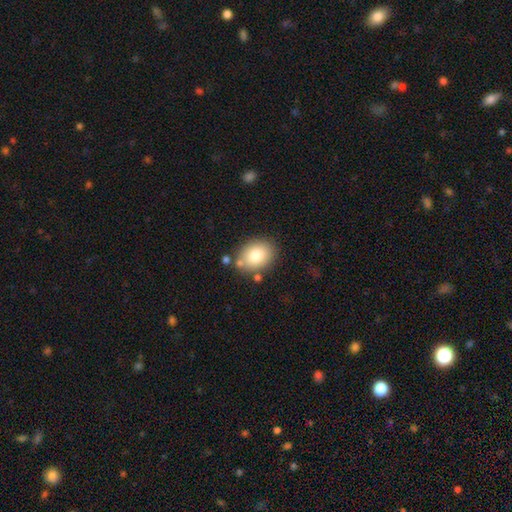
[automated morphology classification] Smooth or featured?
  - smooth: 80% *
  - featured or disk: 11%
  - star or artifact: 8%
How rounded?
  - in between: 66% *
  - round: 34%
  - cigar-shaped: 1%
Merging?
  - none: 78% *
  - minor disturbance: 13%
  - merger: 6%
  - major disturbance: 3%